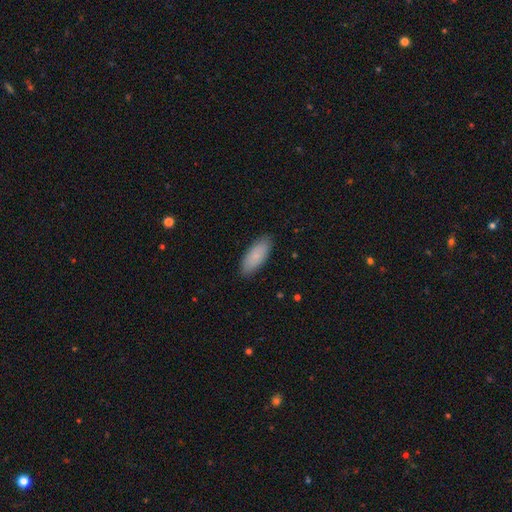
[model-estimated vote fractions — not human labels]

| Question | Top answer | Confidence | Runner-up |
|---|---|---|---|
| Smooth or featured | smooth | 85% | featured or disk (10%) |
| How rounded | in between | 81% | cigar-shaped (17%) |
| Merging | none | 88% | minor disturbance (9%) |